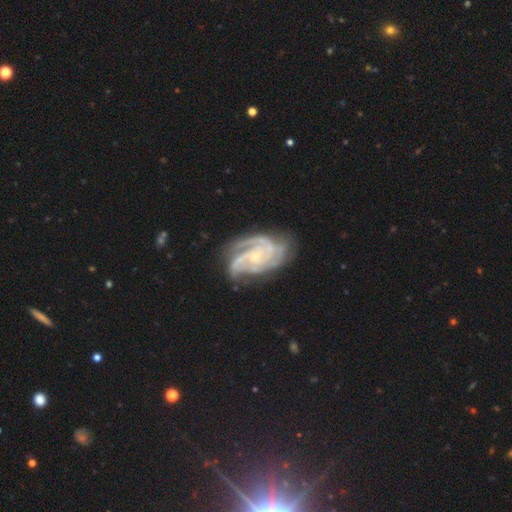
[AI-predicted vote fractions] featured or disk 90%, star or artifact 5%, smooth 5%. Down the decision tree: edge-on disk — no (97%); bar — no (63%); spiral arms — yes (98%); spiral arm count — 3 (42%); spiral winding — tight (57%); bulge size — small (74%); merging — none (67%).